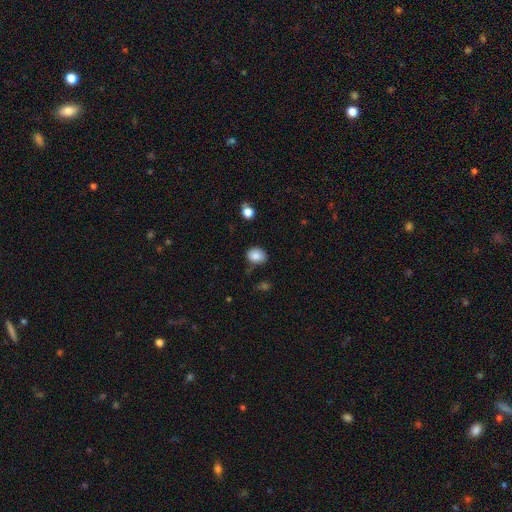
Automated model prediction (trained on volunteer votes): Q: Smooth or featured?
A: smooth (85%); runner-up: star or artifact (9%)
Q: How rounded?
A: in between (54%); runner-up: round (45%)
Q: Merging?
A: none (65%); runner-up: minor disturbance (26%)